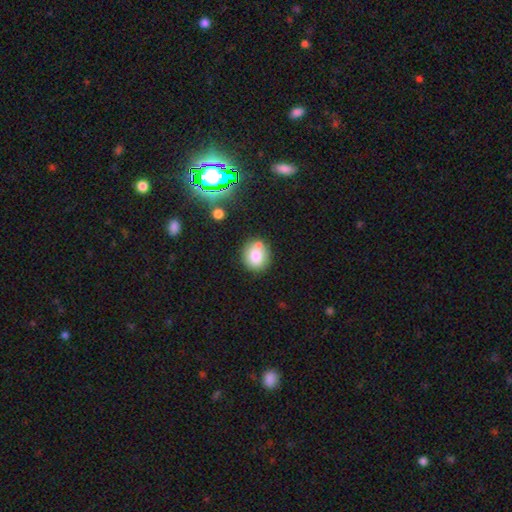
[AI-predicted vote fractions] smooth-or-featured: smooth: 77% | featured or disk: 13% | star or artifact: 11%
  how-rounded: round: 75% | in between: 24% | cigar-shaped: 1%
  merging: none: 66% | merger: 15% | minor disturbance: 15% | major disturbance: 4%